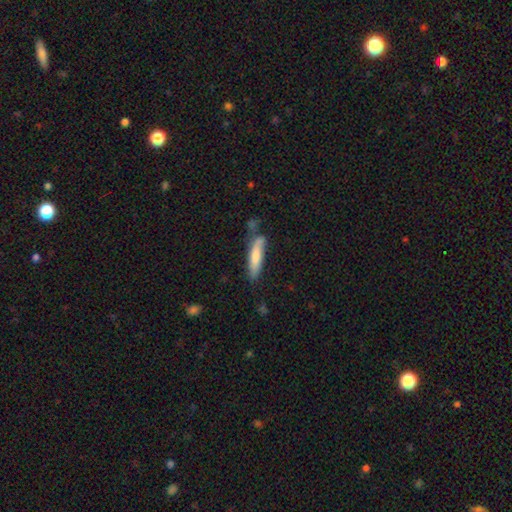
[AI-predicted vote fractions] This appears to be a smooth galaxy with no disk features (73%) that is cigar-shaped (78%). Merging: none (59%).